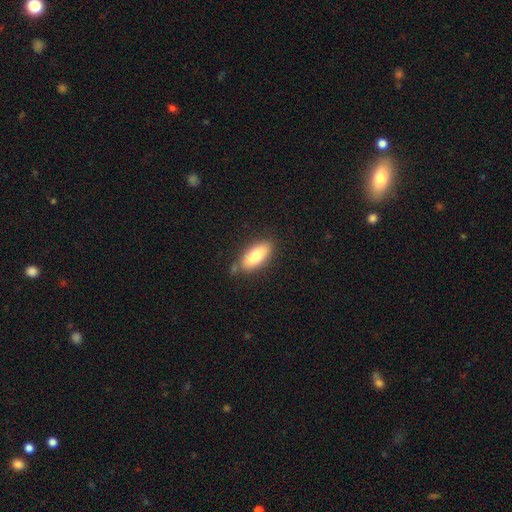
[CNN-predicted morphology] smooth-or-featured: smooth: 77% | featured or disk: 17% | star or artifact: 7%
  how-rounded: in between: 83% | cigar-shaped: 15% | round: 2%
  merging: none: 77% | minor disturbance: 15% | merger: 4% | major disturbance: 3%